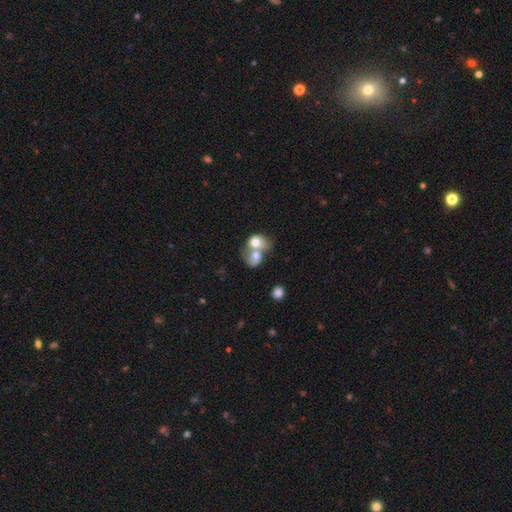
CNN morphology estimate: This appears to be a smooth galaxy with no disk features (68%) that is round (53%). Merging: merger (78%).